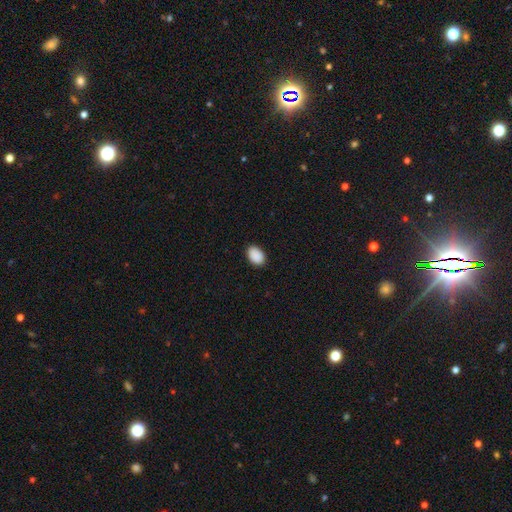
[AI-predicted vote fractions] smooth 90%, star or artifact 7%, featured or disk 2%. Down the decision tree: how rounded — in between (84%); merging — none (88%).